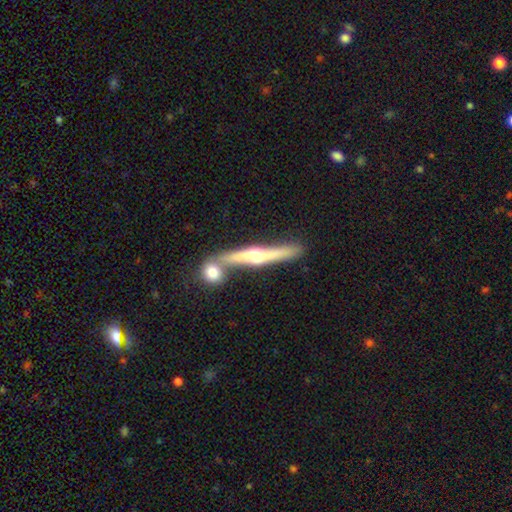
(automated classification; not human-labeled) Smooth or featured: featured or disk — 66% (smooth — 28%)
Edge-on disk: yes — 93% (no — 7%)
Edge-on bulge: rounded — 93% (boxy — 3%)
Merging: none — 56% (merger — 31%)